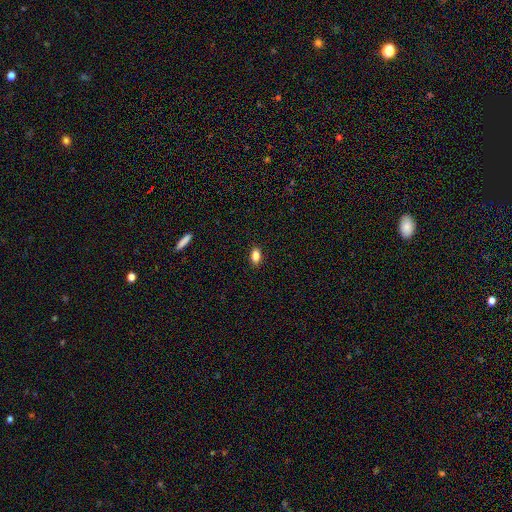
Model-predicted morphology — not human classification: Overall: smooth (86%). How rounded: in between (86%). Merging: none (89%).